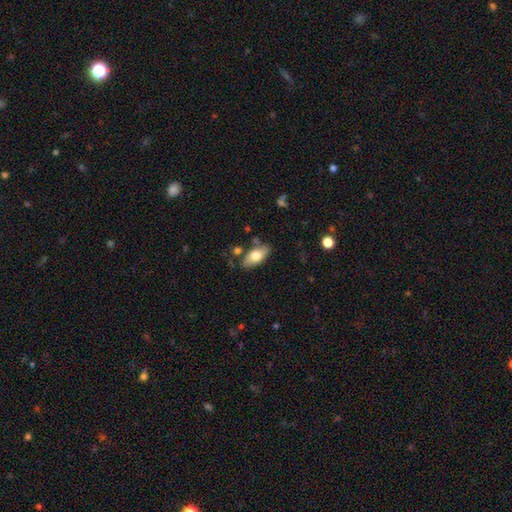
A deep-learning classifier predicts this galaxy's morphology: type=smooth (72%); roundness=in between (86%); merging=none (77%).